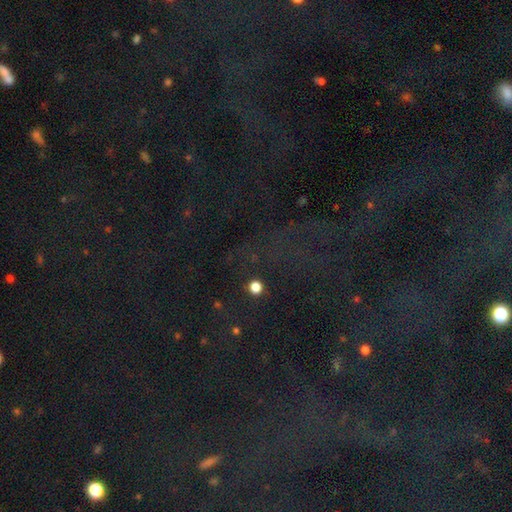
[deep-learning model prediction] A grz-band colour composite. It shows a star or artifact, not a galaxy (81%).